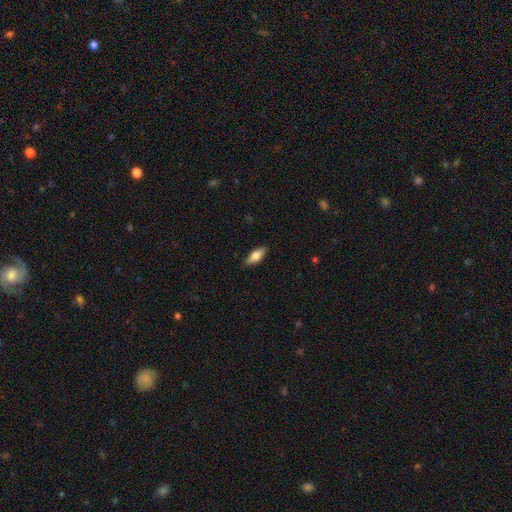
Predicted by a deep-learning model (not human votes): Smooth or featured?
  - smooth: 71% *
  - featured or disk: 22%
  - star or artifact: 6%
How rounded?
  - in between: 71% *
  - cigar-shaped: 27%
  - round: 3%
Merging?
  - none: 86% *
  - minor disturbance: 10%
  - major disturbance: 2%
  - merger: 1%